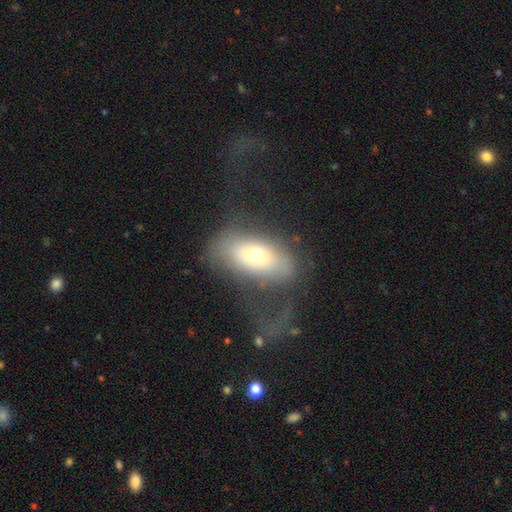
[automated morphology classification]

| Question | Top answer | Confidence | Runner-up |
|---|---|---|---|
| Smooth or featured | smooth | 57% | featured or disk (34%) |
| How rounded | in between | 86% | round (9%) |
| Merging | major disturbance | 51% | none (29%) |